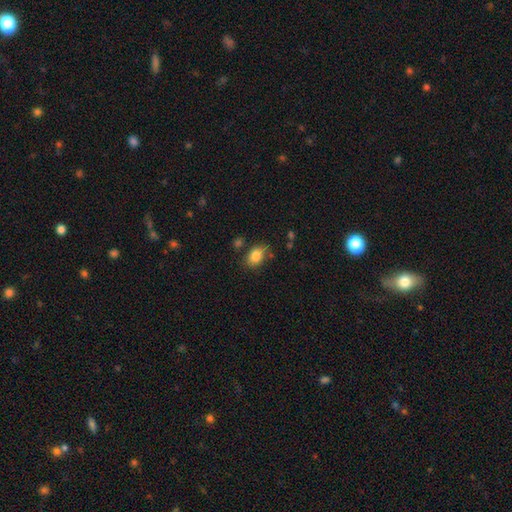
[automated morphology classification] Q: Smooth or featured?
A: smooth (83%); runner-up: star or artifact (9%)
Q: How rounded?
A: in between (77%); runner-up: round (22%)
Q: Merging?
A: none (71%); runner-up: minor disturbance (19%)